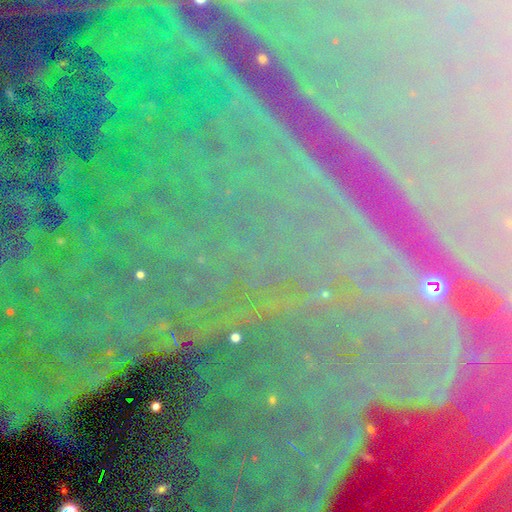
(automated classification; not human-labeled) Smooth or featured? star or artifact (86%)